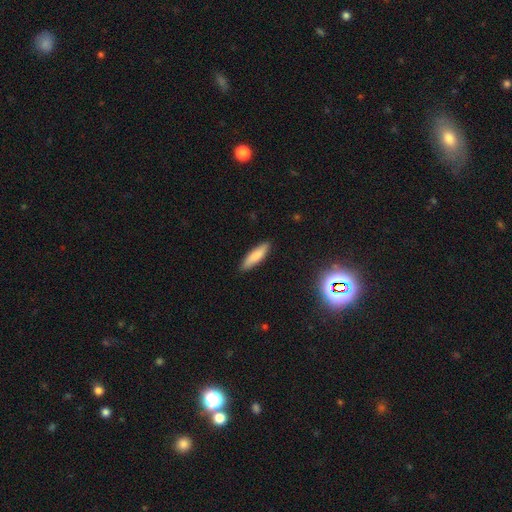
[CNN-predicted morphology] A smooth galaxy with no disk features (81%) that is cigar-shaped (66%). Merging: none (87%).